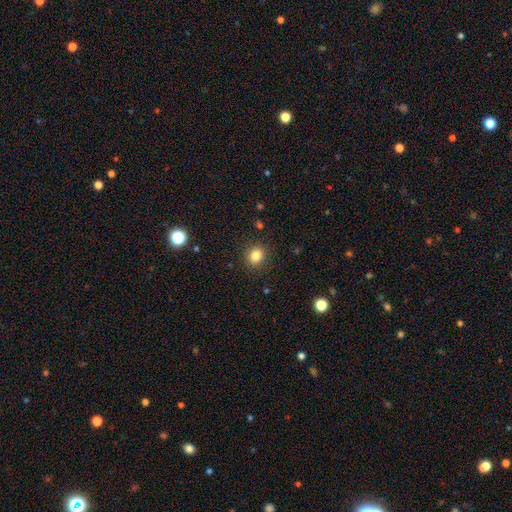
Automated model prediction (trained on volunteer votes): Smooth or featured? Predicted: smooth (p=0.83). How rounded? Predicted: round (p=0.65). Merging? Predicted: none (p=0.89).